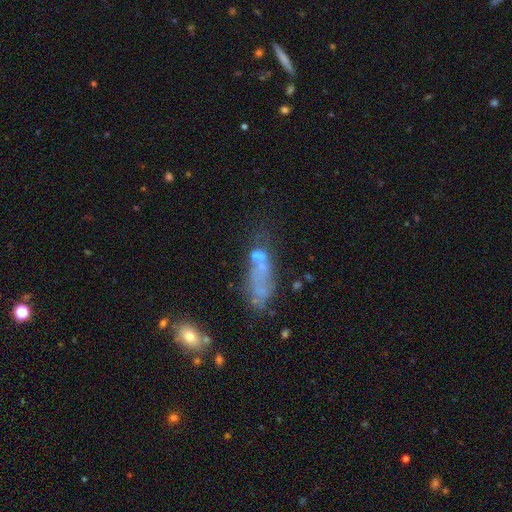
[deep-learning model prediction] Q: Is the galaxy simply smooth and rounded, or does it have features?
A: smooth — 42%.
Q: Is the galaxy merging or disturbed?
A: none — 36%.